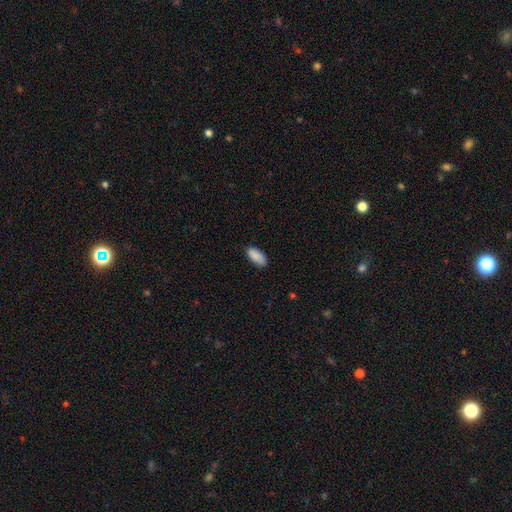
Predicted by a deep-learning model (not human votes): A smooth galaxy with no disk features (90%) that is in between round and cigar-shaped (91%).

Vote fractions:
- Smooth or featured? smooth: 90% / star or artifact: 7% / featured or disk: 4%
- How rounded? in between: 91% / cigar-shaped: 7% / round: 2%
- Merging? none: 83% / minor disturbance: 13% / major disturbance: 2% / merger: 1%